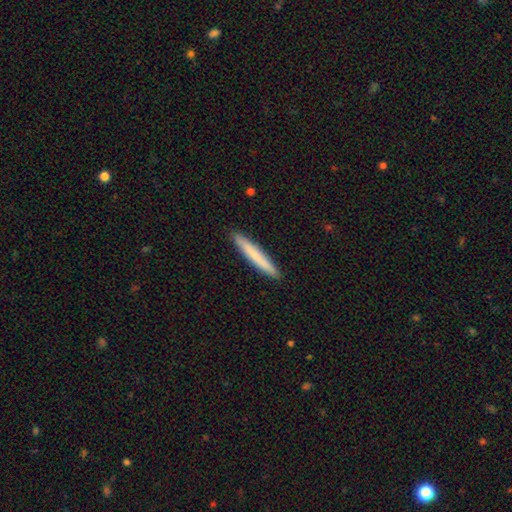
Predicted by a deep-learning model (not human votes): Overall: smooth (75%). How rounded: cigar-shaped (96%). Merging: none (92%).